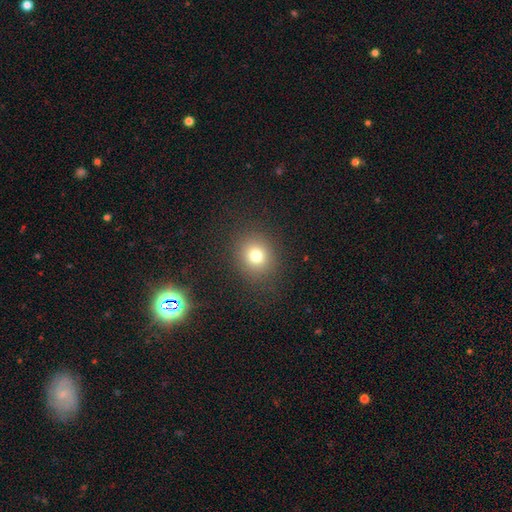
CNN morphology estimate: Smooth or featured: smooth — 76% (star or artifact — 15%)
How rounded: round — 78% (in between — 21%)
Merging: none — 87% (minor disturbance — 7%)